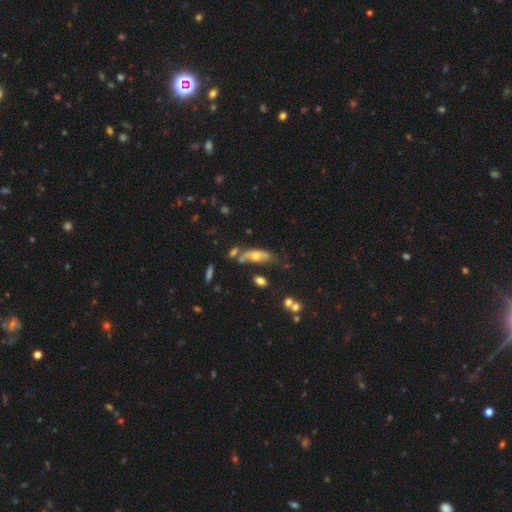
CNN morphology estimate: The model was most divided on "smooth or featured": smooth: 52%, featured or disk: 39%, star or artifact: 9%. Remaining: how rounded — in between (73%); merging — none (44%).